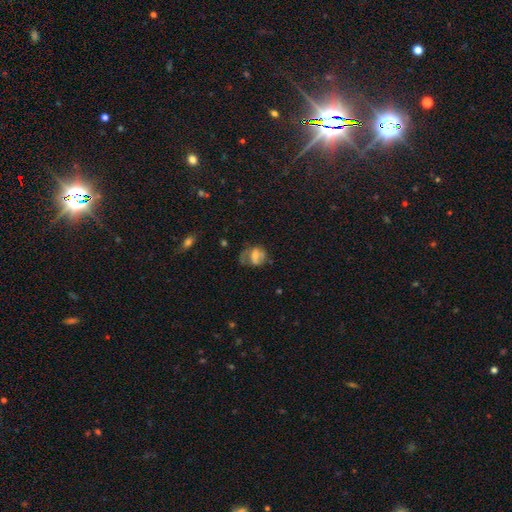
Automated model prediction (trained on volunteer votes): Q: Smooth or featured?
A: smooth (47%); runner-up: featured or disk (42%)
Q: Merging?
A: none (38%); runner-up: major disturbance (32%)